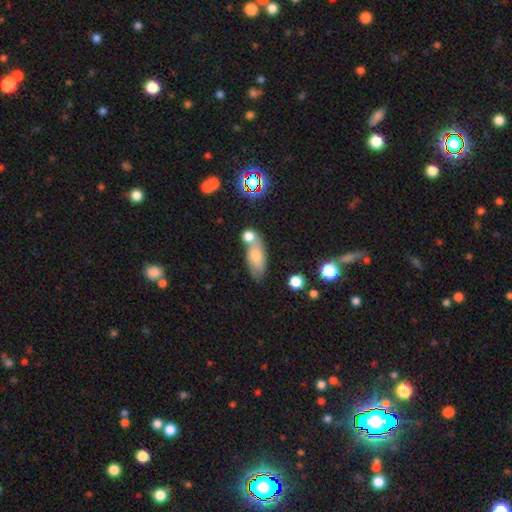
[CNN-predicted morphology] A smooth galaxy with no disk features (71%) that is in between round and cigar-shaped (80%). Merging: none (49%).